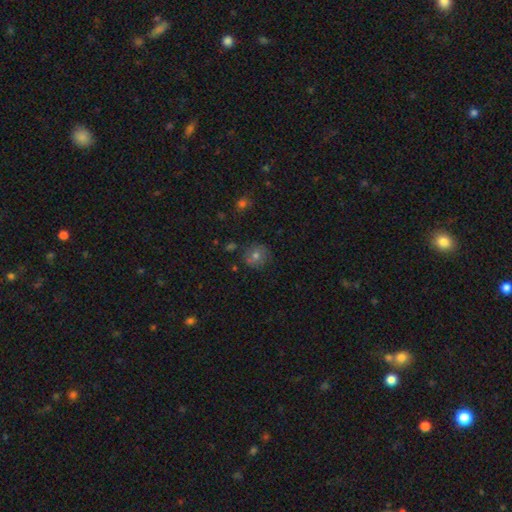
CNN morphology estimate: This appears to be a smooth galaxy with no disk features (65%) that is round (85%). Merging: none (80%).